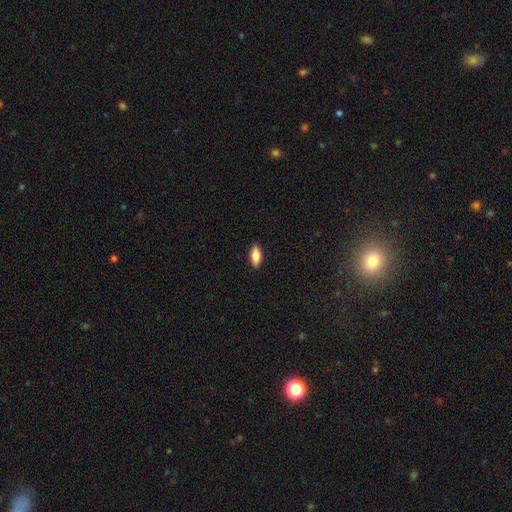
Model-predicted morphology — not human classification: A smooth galaxy with no disk features (85%) that is in between round and cigar-shaped (81%).

Vote fractions:
- Smooth or featured? smooth: 85% / featured or disk: 8% / star or artifact: 7%
- How rounded? in between: 81% / cigar-shaped: 16% / round: 2%
- Merging? none: 89% / minor disturbance: 8% / major disturbance: 2% / merger: 1%